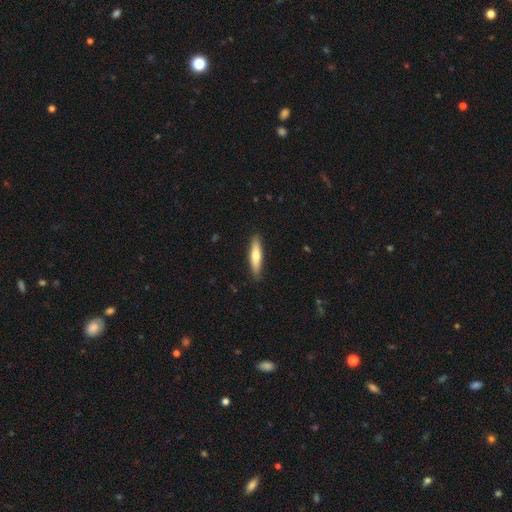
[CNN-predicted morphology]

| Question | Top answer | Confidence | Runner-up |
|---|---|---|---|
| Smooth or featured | smooth | 65% | featured or disk (30%) |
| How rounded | cigar-shaped | 78% | in between (20%) |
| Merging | none | 89% | minor disturbance (9%) |